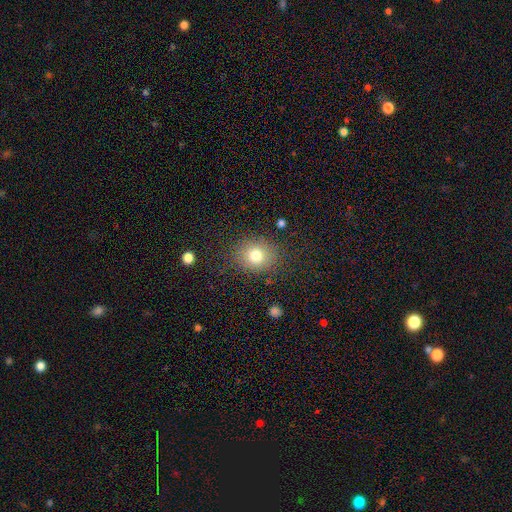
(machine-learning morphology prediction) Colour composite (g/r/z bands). It shows a smooth galaxy with no disk features (77%) that is round (67%). Merging: none (83%).